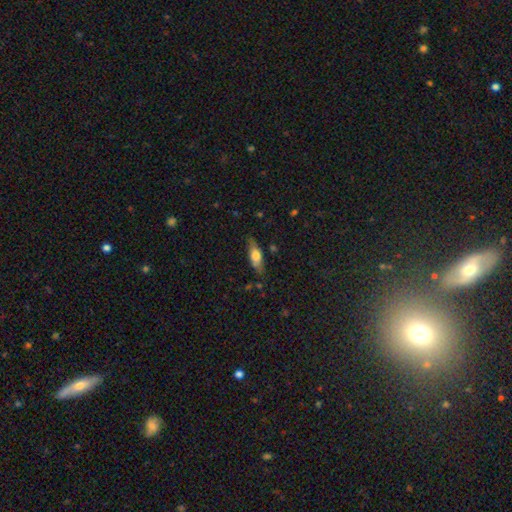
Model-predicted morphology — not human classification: Overall: smooth (64%; featured or disk 29%). How rounded: in between (58%; cigar-shaped 39%). Merging: none (79%).